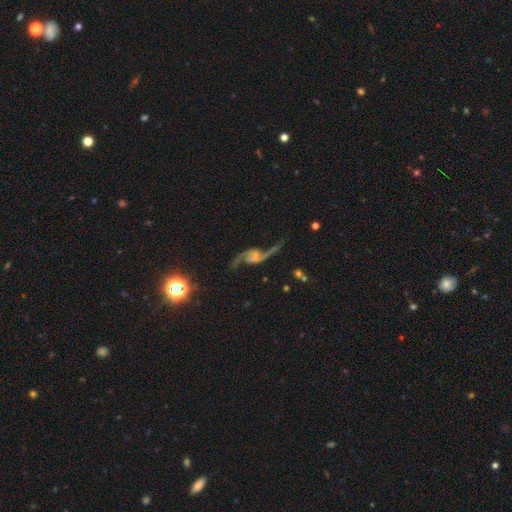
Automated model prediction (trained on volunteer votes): The model was most divided on "bulge size": small: 36%, none: 35%, moderate: 22%, large: 6%, dominant: 2%. More confident: spiral arms — yes (95%); edge-on disk — no (93%); spiral arm count — 2 (93%); spiral winding — loose (85%); smooth or featured — featured or disk (84%); merging — none (66%); bar — no (50%).